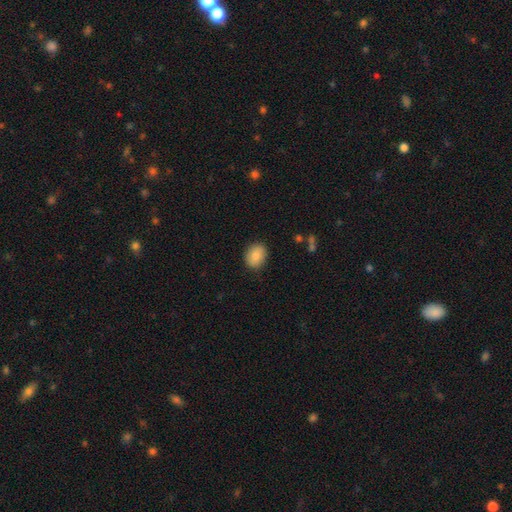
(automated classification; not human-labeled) The model was most divided on "how rounded": in between: 57%, round: 42%, cigar-shaped: 1%. More confident: merging — none (87%); smooth or featured — smooth (86%).